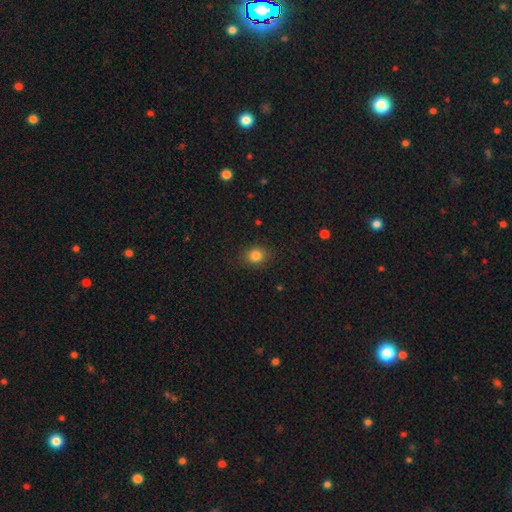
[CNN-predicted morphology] A smooth galaxy with no disk features (83%) that is round (65%). Merging: none (87%).